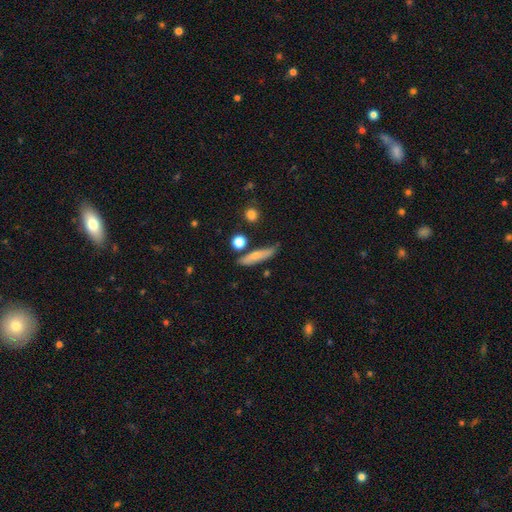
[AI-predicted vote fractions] Q: Smooth or featured?
A: smooth (67%); runner-up: featured or disk (26%)
Q: How rounded?
A: cigar-shaped (77%); runner-up: in between (20%)
Q: Merging?
A: none (74%); runner-up: minor disturbance (16%)